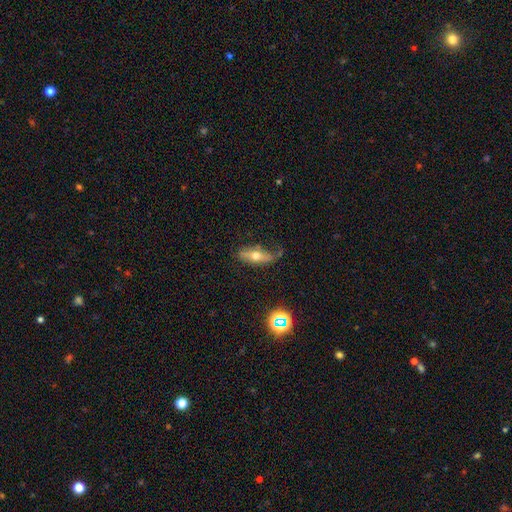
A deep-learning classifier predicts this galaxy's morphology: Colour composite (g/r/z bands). It shows a smooth galaxy with no disk features (49%). Merging: none (64%).